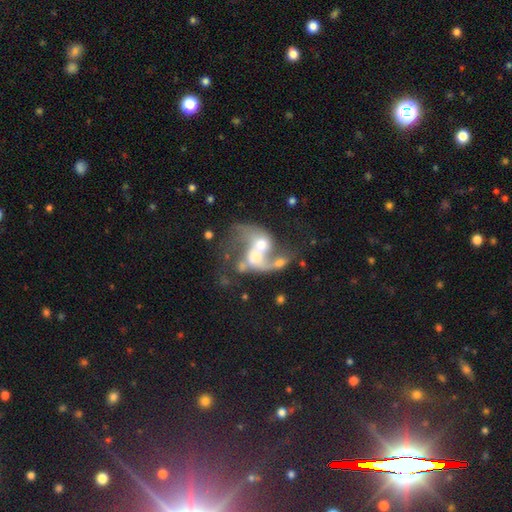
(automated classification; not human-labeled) featured or disk 74%, smooth 17%, star or artifact 9%. Down the decision tree: edge-on disk — no (98%); bar — no (65%); spiral arms — yes (76%); spiral arm count — 2 (71%); spiral winding — loose (70%); bulge size — moderate (53%); merging — merger (62%).